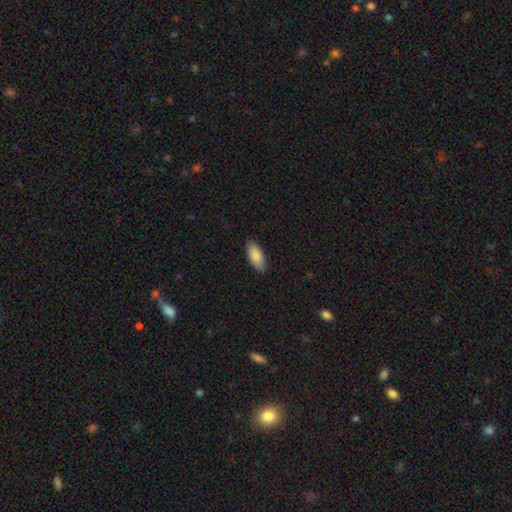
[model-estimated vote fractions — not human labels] Overall: smooth (86%). How rounded: in between (87%). Merging: none (87%).